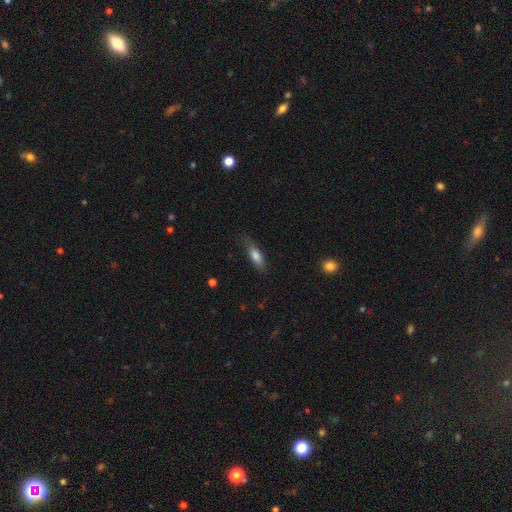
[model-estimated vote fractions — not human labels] This appears to be a smooth galaxy with no disk features (78%) that is in between round and cigar-shaped (60%). Merging: none (68%).